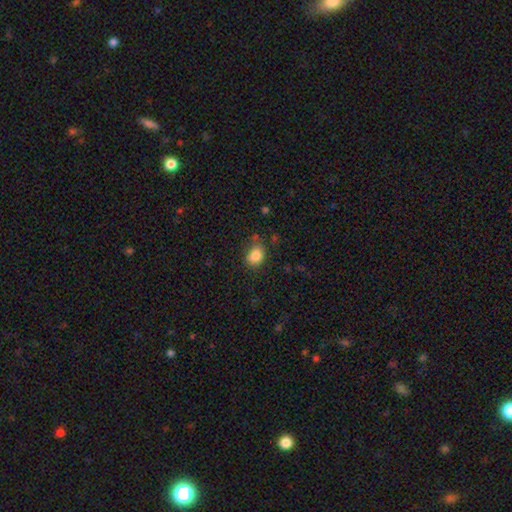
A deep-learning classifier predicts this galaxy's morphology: Smooth or featured? Predicted: smooth (p=0.85). How rounded? Predicted: in between (p=0.56). Merging? Predicted: none (p=0.68).